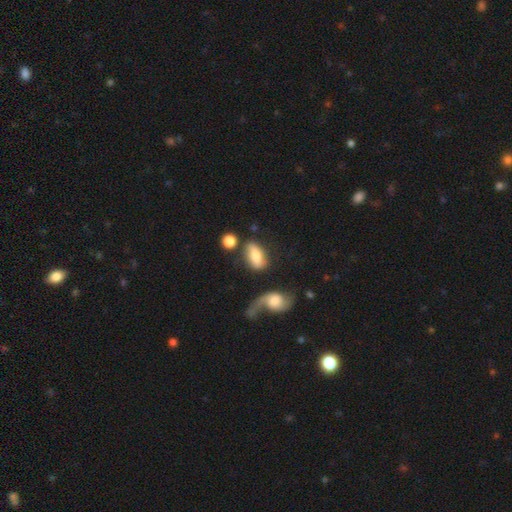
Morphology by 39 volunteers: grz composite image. It shows a smooth galaxy with no disk features (59%) that is in between round and cigar-shaped (91%). Merging: none (43%).